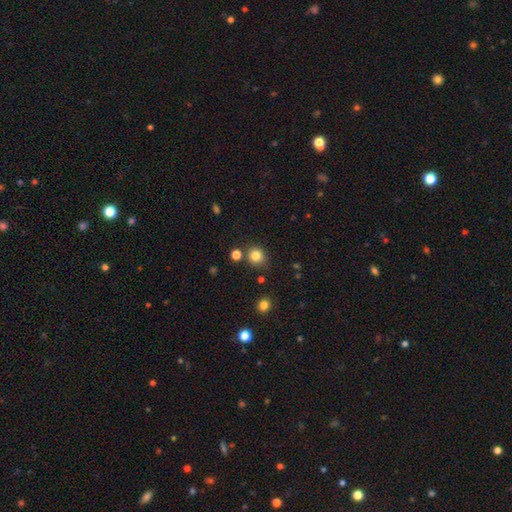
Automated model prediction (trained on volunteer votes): smooth_or_featured: smooth (p=0.82) [alt: star or artifact p=0.13]
how_rounded: round (p=0.85) [alt: in between p=0.15]
merging: none (p=0.79) [alt: minor disturbance p=0.11]